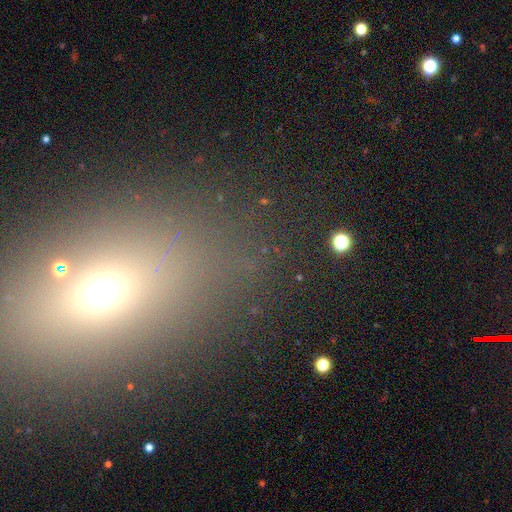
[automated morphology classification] Overall: smooth (50%; star or artifact 37%). Merging: none (80%).